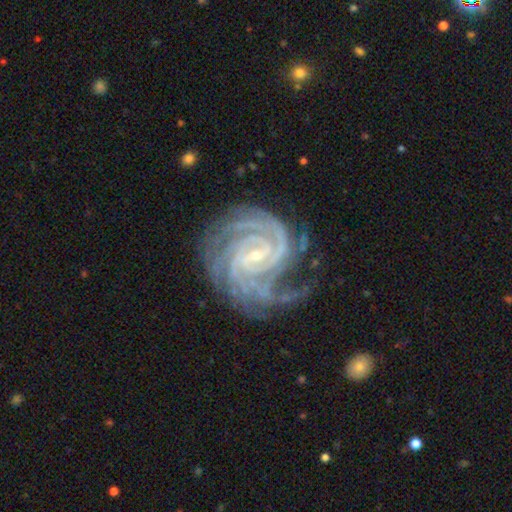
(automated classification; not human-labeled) Smooth or featured?
  - featured or disk: 93% *
  - star or artifact: 5%
  - smooth: 2%
Edge-on disk?
  - no: 98% *
  - yes: 2%
Bar?
  - weak: 46% *
  - strong: 32%
  - no: 23%
Spiral arms?
  - yes: 99% *
  - no: 1%
Spiral winding?
  - tight: 81% *
  - medium: 17%
  - loose: 2%
Spiral arm count?
  - 4: 32% *
  - 3: 23%
  - 2: 14%
  - can't tell: 12%
  - more than 4: 11%
  - 1: 8%
Bulge size?
  - small: 78% *
  - moderate: 18%
  - none: 2%
  - large: 1%
  - dominant: 1%
Merging?
  - none: 66% *
  - minor disturbance: 21%
  - major disturbance: 10%
  - merger: 2%